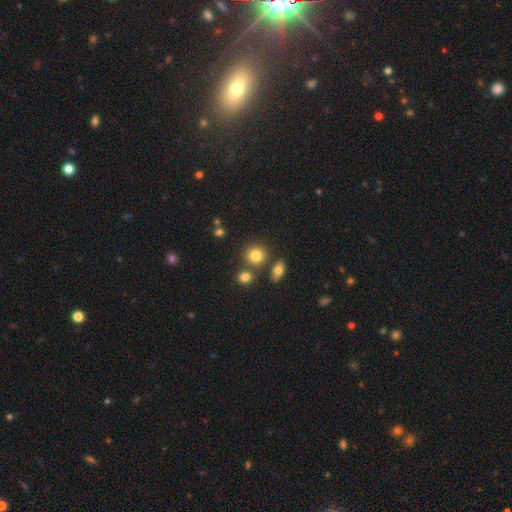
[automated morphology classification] A smooth galaxy with no disk features (82%) that is round (83%). Merging: none (73%).